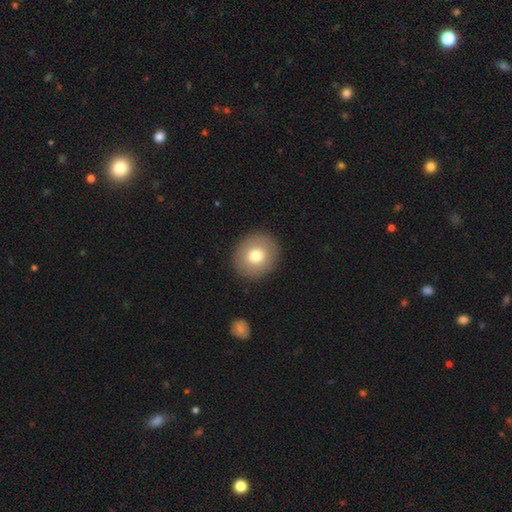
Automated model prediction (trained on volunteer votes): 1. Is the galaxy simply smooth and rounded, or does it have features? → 75% smooth, 16% featured or disk, 9% star or artifact.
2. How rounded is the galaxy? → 83% round, 16% in between, 1% cigar-shaped.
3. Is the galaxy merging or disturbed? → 91% none, 6% minor disturbance, 2% major disturbance, 1% merger.